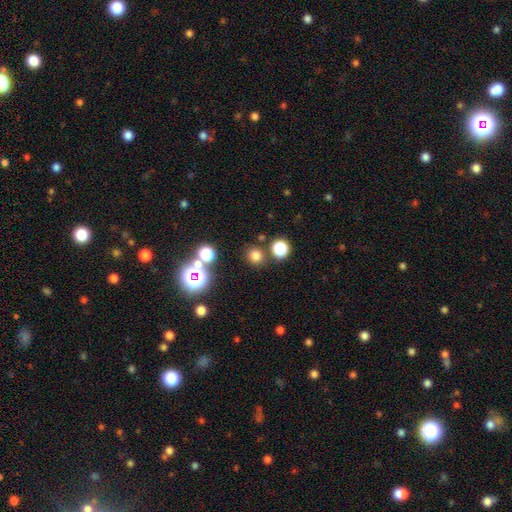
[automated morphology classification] smooth 72%, star or artifact 22%, featured or disk 6%. Down the decision tree: how rounded — round (91%); merging — none (84%).